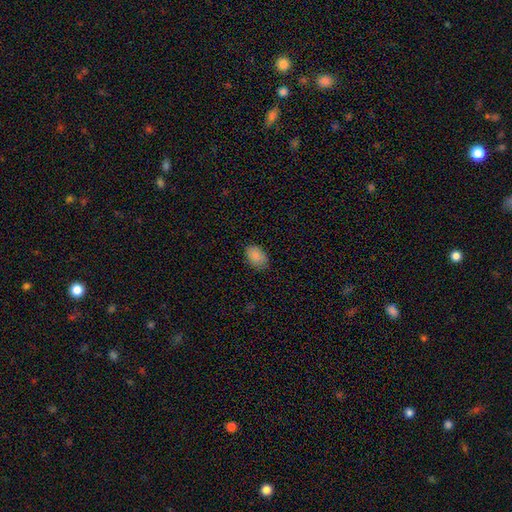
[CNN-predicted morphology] This is clearly a smooth galaxy (88%). How rounded: clearly in between (85%). Merging: clearly none (81%).